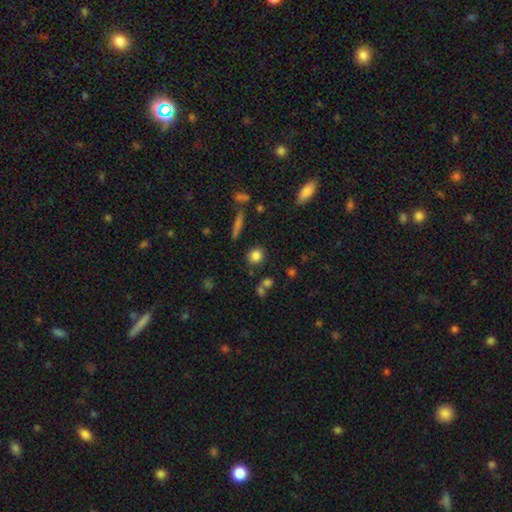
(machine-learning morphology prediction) Smooth or featured?
  - smooth: 82% *
  - star or artifact: 11%
  - featured or disk: 7%
How rounded?
  - round: 85% *
  - in between: 12%
  - cigar-shaped: 2%
Merging?
  - none: 83% *
  - minor disturbance: 9%
  - merger: 6%
  - major disturbance: 3%